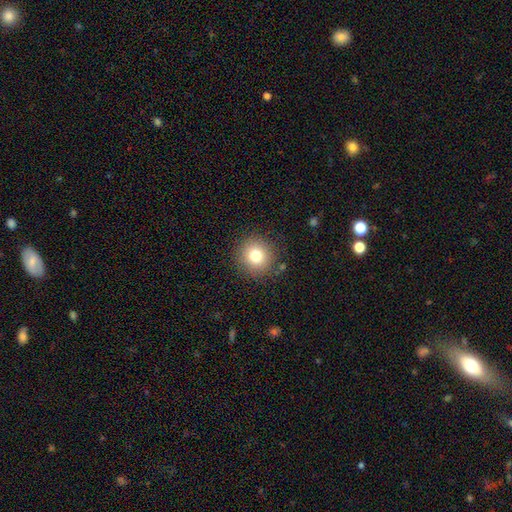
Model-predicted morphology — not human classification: Smooth or featured: smooth — 78% (star or artifact — 12%)
How rounded: round — 91% (in between — 8%)
Merging: none — 87% (minor disturbance — 8%)